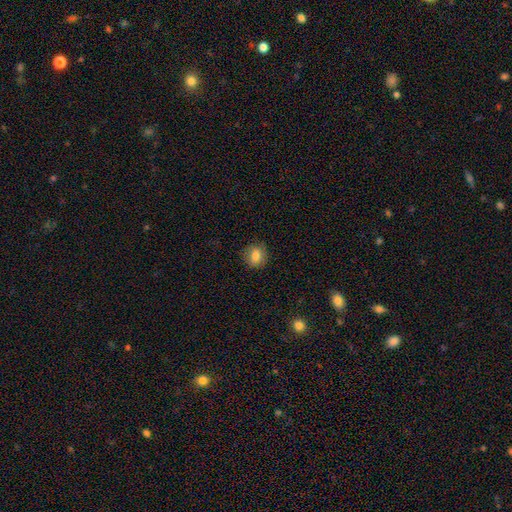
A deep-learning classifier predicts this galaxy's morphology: smooth_or_featured: smooth (p=0.82) [alt: star or artifact p=0.09]
how_rounded: round (p=0.72) [alt: in between p=0.26]
merging: none (p=0.85) [alt: minor disturbance p=0.11]